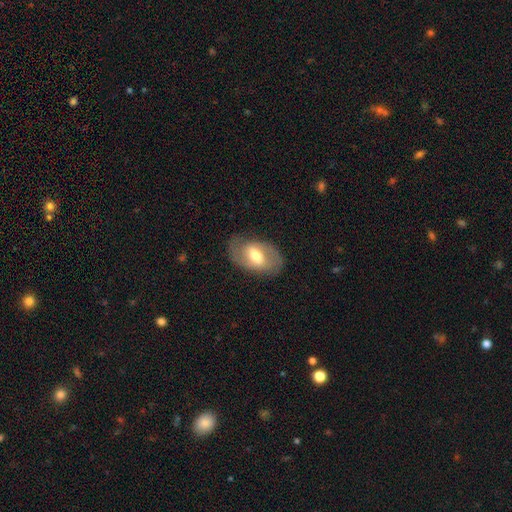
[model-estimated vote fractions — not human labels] This appears to be a featured or disk galaxy (63%) with a weak bar (47%), spiral arms (68%) and a moderate central bulge (68%). Merging: none (78%).